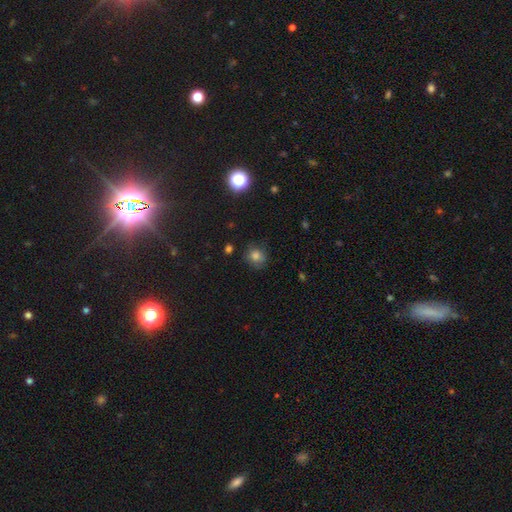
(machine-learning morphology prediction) A smooth galaxy with no disk features (79%) that is round (82%). Merging: none (78%).